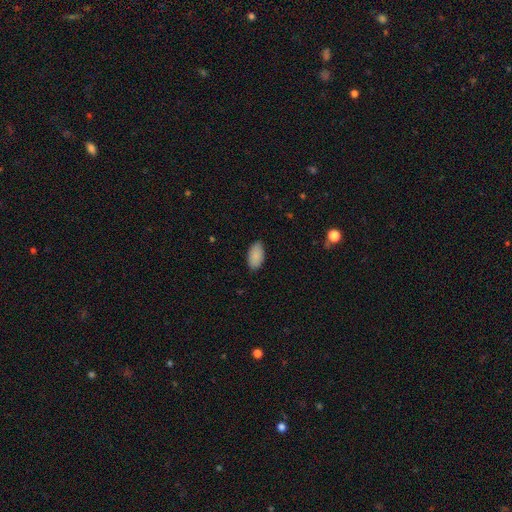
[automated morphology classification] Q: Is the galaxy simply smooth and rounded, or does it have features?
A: smooth — 89%.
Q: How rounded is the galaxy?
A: in between — 95%.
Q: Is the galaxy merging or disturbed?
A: none — 87%.